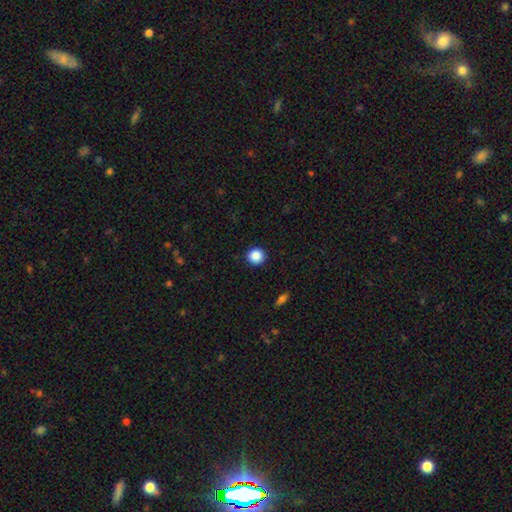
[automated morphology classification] Overall: smooth (87%). How rounded: round (94%). Merging: none (92%).